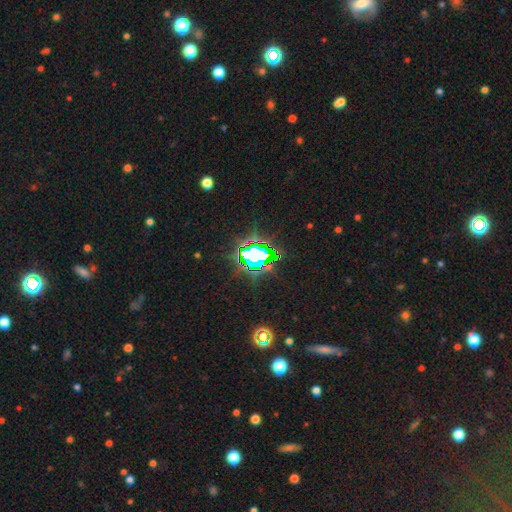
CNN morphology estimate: Smooth or featured? Predicted: star or artifact (p=0.75).